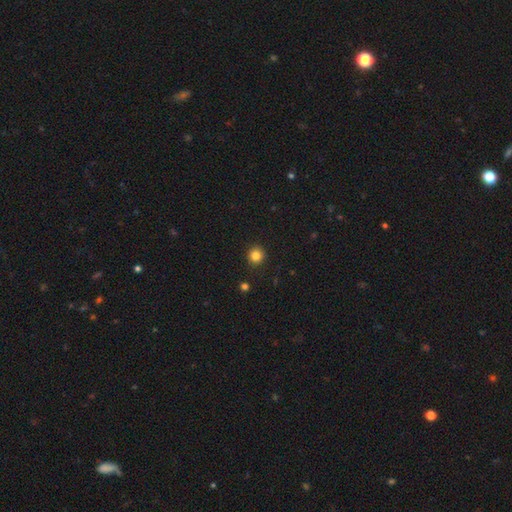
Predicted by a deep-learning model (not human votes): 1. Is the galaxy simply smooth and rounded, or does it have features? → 84% smooth, 11% star or artifact, 5% featured or disk.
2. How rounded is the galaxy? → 93% round, 6% in between, 1% cigar-shaped.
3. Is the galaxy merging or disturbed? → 92% none, 5% minor disturbance, 2% major disturbance, 1% merger.